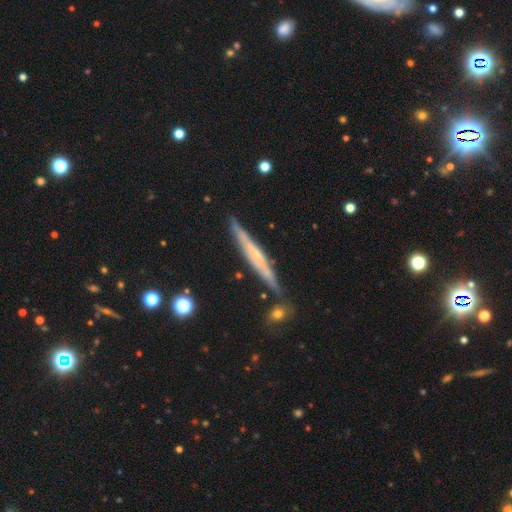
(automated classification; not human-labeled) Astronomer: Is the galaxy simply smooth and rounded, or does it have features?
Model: featured or disk — 66%.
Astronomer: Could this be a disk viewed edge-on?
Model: yes — 93%.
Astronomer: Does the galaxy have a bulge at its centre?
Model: none — 57% (runner-up: rounded, 35%).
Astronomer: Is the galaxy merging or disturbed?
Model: none — 82%.